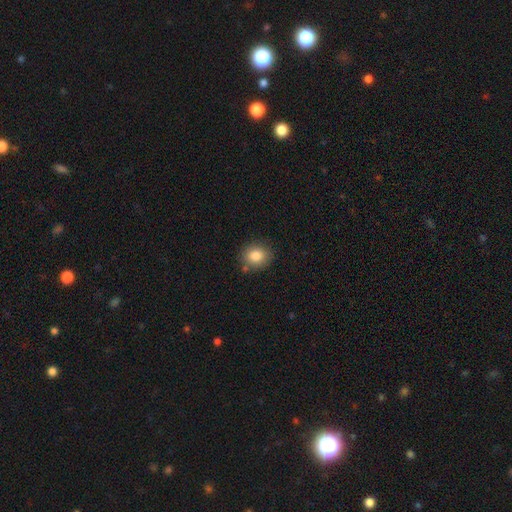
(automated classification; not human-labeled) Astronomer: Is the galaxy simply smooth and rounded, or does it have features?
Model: smooth — 84%.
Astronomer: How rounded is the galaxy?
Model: round — 65%.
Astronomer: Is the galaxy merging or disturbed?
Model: none — 82%.